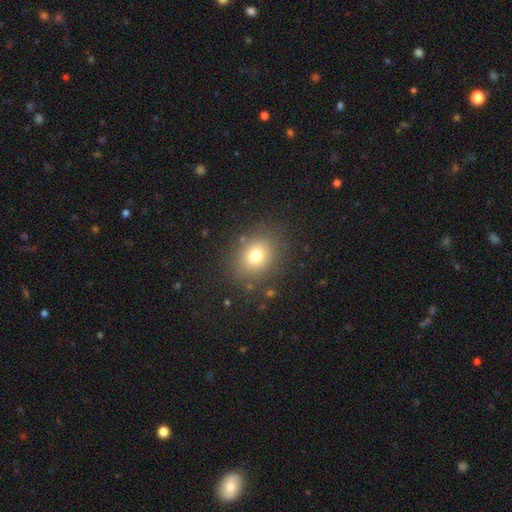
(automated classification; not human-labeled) Overall: smooth (75%). How rounded: round (59%; in between 40%). Merging: none (84%).